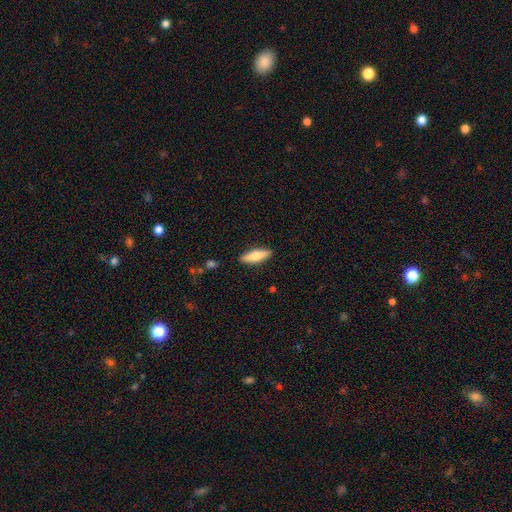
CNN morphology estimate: Smooth or featured: smooth — 61% (featured or disk — 34%)
How rounded: cigar-shaped — 56% (in between — 41%)
Merging: none — 89% (minor disturbance — 8%)